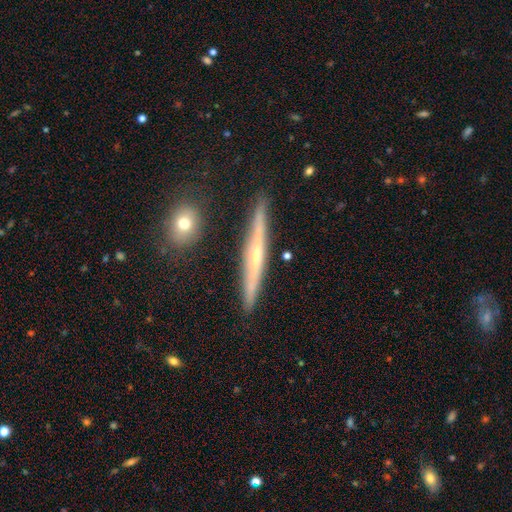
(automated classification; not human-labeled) This is likely a featured or disk galaxy (67%). It is clearly viewed edge-on (96%). Edge-on bulge: possibly rounded (49%). Merging: clearly none (89%).